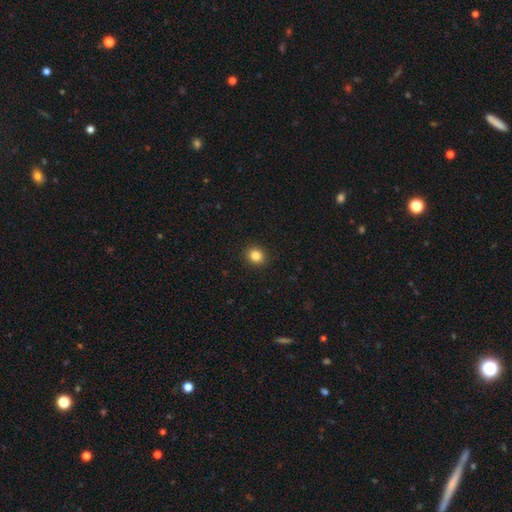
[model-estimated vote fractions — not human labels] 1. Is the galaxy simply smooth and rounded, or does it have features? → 84% smooth, 11% star or artifact, 5% featured or disk.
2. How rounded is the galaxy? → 81% round, 18% in between, 1% cigar-shaped.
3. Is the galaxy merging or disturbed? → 92% none, 5% minor disturbance, 2% major disturbance, 1% merger.